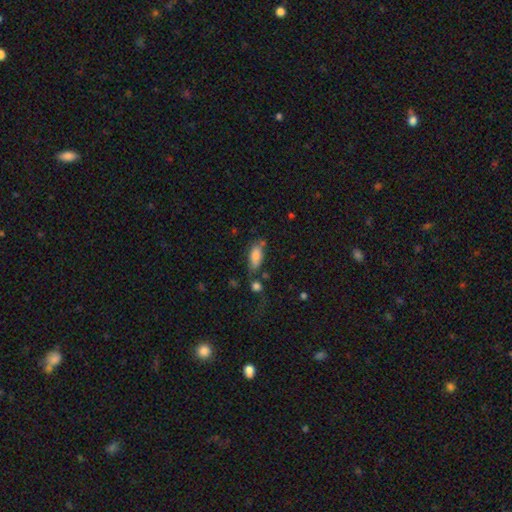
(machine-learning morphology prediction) This appears to be a smooth galaxy with no disk features (79%) that is in between round and cigar-shaped (81%). Merging: none (52%).